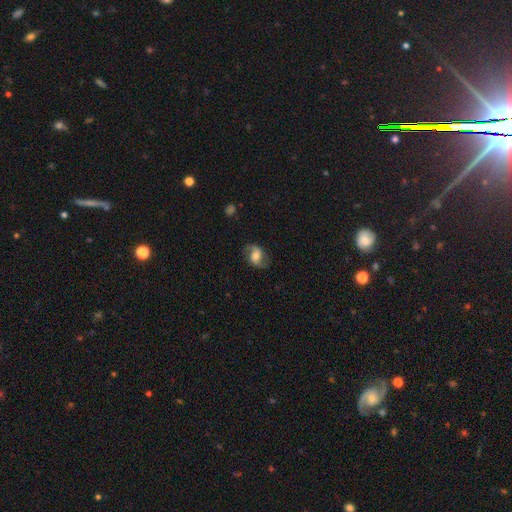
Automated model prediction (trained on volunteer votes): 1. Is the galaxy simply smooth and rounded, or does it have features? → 74% featured or disk, 19% smooth, 7% star or artifact.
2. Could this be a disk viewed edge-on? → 97% no, 3% yes.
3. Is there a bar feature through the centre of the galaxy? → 42% no (tied), 42% weak (tied), 16% strong.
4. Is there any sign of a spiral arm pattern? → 93% yes, 7% no.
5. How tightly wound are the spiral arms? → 50% loose, 39% medium, 11% tight.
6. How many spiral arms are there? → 92% 2, 3% can't tell, 2% 1, 1% 3, 1% 4, 1% more than 4.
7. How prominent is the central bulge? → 62% moderate, 18% small, 16% large, 3% none, 2% dominant.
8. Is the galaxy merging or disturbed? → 80% none, 14% minor disturbance, 6% major disturbance, 1% merger.